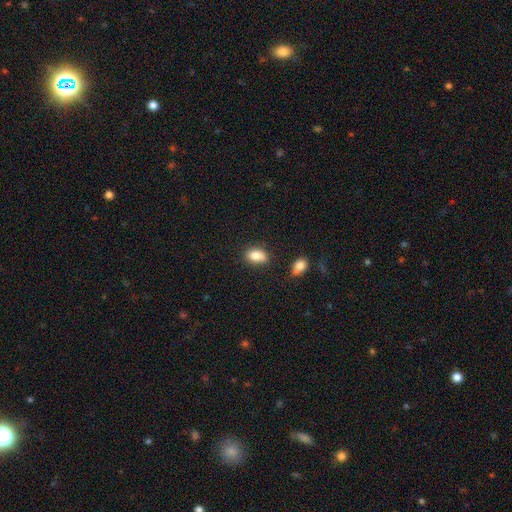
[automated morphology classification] Smooth or featured? smooth (83%)
How rounded? in between (84%)
Merging? none (65%)